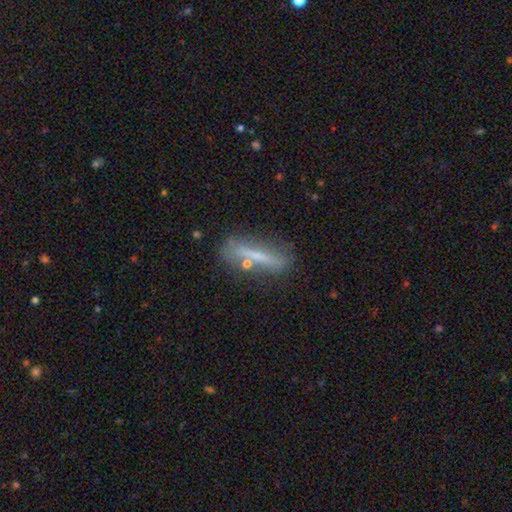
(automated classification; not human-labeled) Morphology: type=smooth (50%); merging=none (72%).